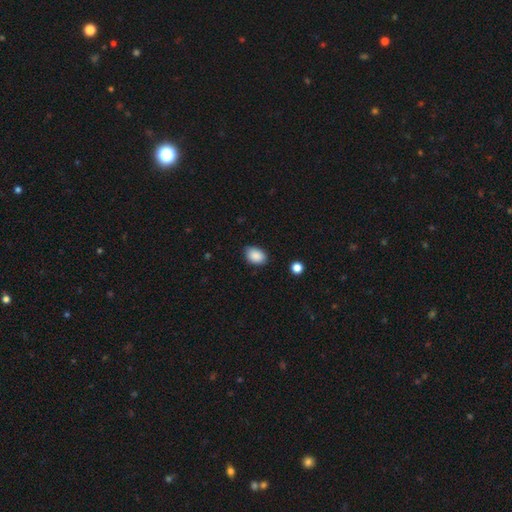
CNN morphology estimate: This appears to be a smooth galaxy with no disk features (89%) that is in between round and cigar-shaped (80%). Merging: none (83%).